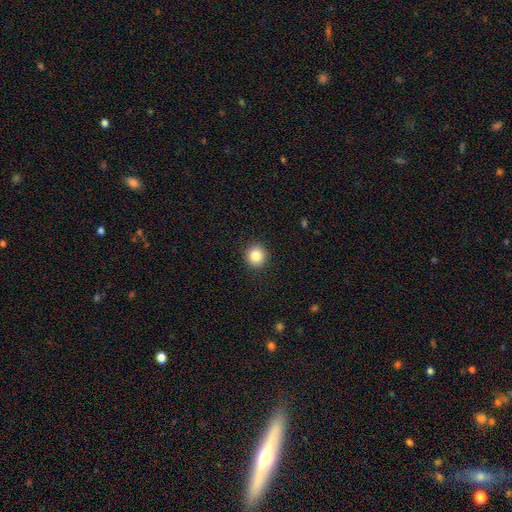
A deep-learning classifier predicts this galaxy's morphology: The model was most divided on "smooth or featured": smooth: 85%, star or artifact: 10%, featured or disk: 5%. More confident: how rounded — round (92%); merging — none (92%).